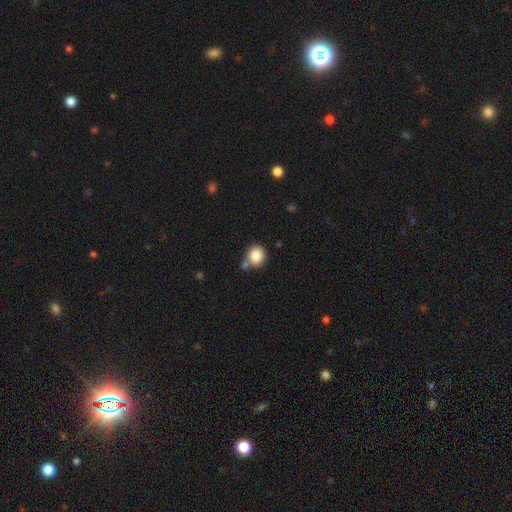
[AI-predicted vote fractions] Smooth or featured?
  - smooth: 85% *
  - star or artifact: 9%
  - featured or disk: 6%
How rounded?
  - round: 85% *
  - in between: 14%
  - cigar-shaped: 1%
Merging?
  - none: 64% *
  - merger: 20%
  - minor disturbance: 12%
  - major disturbance: 3%